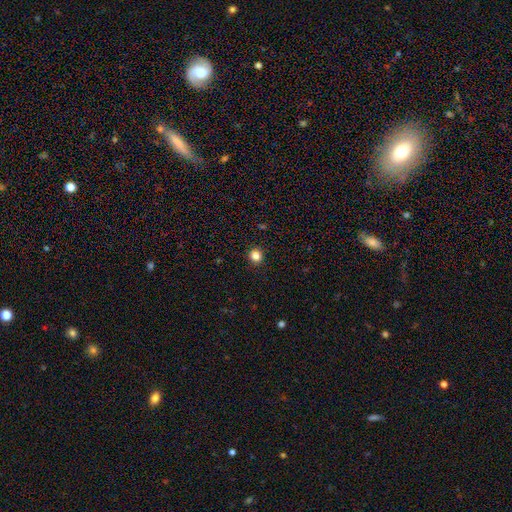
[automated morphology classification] This appears to be a smooth galaxy with no disk features (84%) that is round (91%). Merging: none (93%).